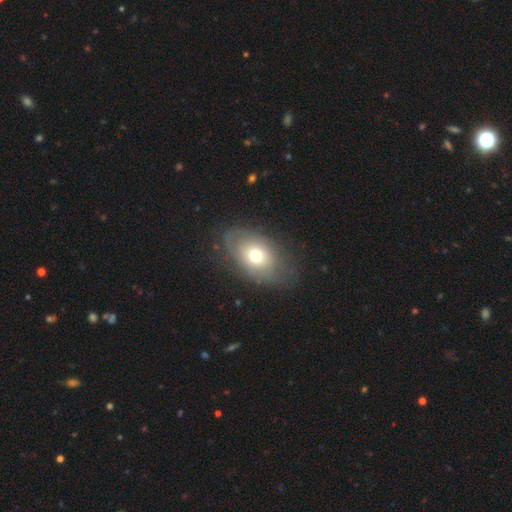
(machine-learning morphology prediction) The model was most divided on "smooth or featured": smooth: 62%, featured or disk: 29%, star or artifact: 9%. More confident: how rounded — in between (82%); merging — none (71%).